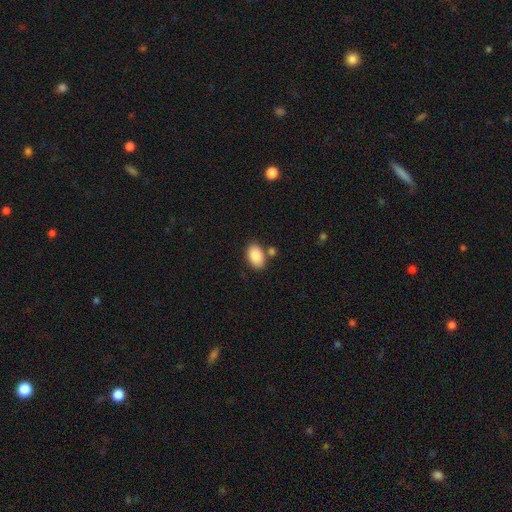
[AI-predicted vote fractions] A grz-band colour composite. It shows a smooth galaxy with no disk features (89%) that is in between round and cigar-shaped (92%). Merging: none (75%).